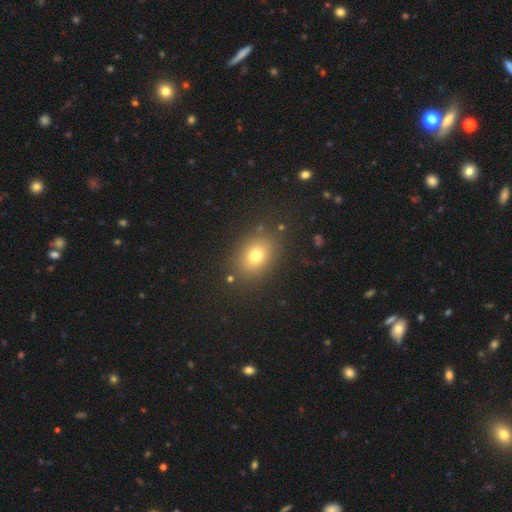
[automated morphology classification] Smooth or featured? Predicted: smooth (p=0.75). How rounded? Predicted: in between (p=0.63). Merging? Predicted: none (p=0.85).